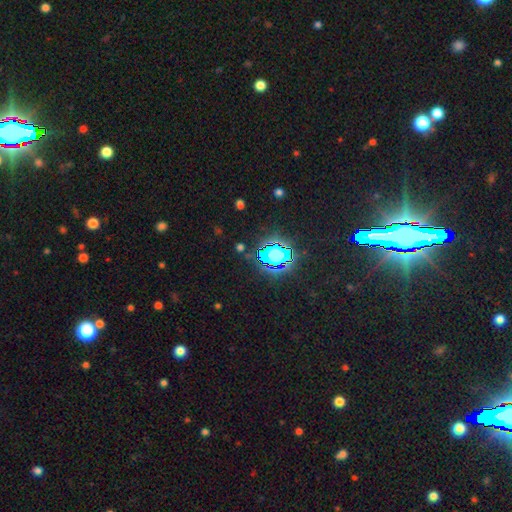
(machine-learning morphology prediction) smooth-or-featured: star or artifact: 81% | smooth: 10% | featured or disk: 8%